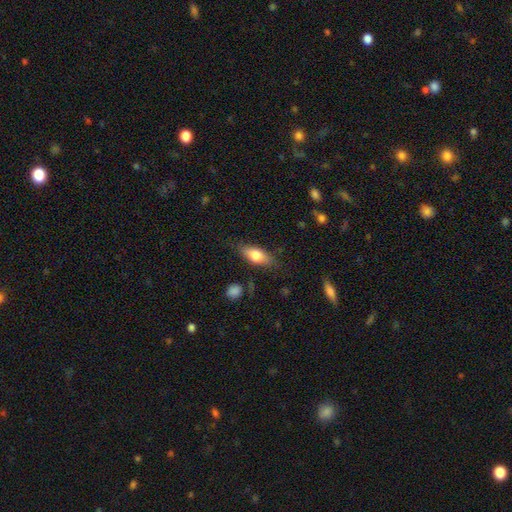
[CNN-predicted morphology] Q: Smooth or featured?
A: smooth (70%); runner-up: featured or disk (23%)
Q: How rounded?
A: in between (75%); runner-up: cigar-shaped (21%)
Q: Merging?
A: none (79%); runner-up: minor disturbance (15%)